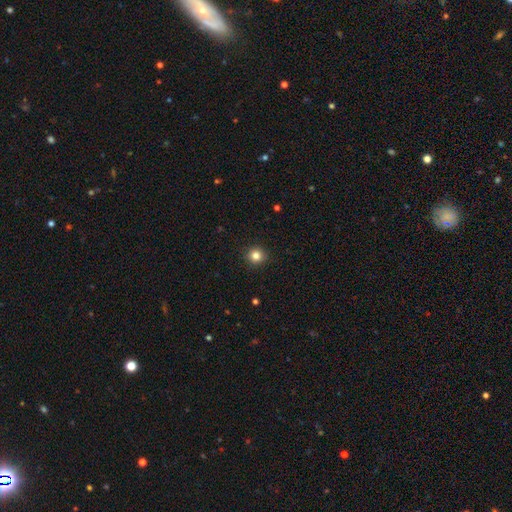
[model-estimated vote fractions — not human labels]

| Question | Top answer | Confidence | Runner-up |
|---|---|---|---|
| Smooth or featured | smooth | 83% | star or artifact (12%) |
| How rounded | round | 93% | in between (6%) |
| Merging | none | 92% | minor disturbance (5%) |